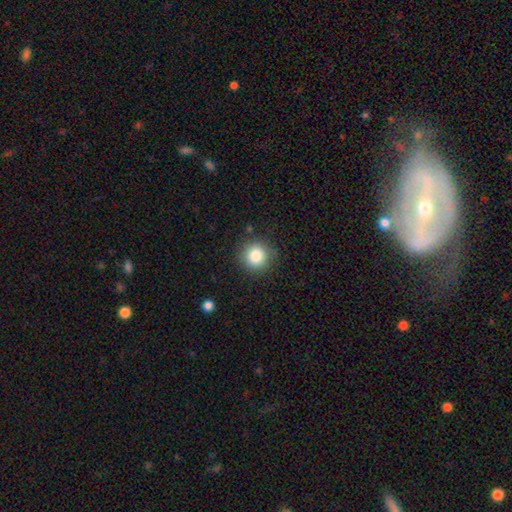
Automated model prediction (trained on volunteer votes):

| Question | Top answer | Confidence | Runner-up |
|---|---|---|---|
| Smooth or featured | smooth | 84% | star or artifact (10%) |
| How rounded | round | 92% | in between (7%) |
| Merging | none | 87% | minor disturbance (9%) |